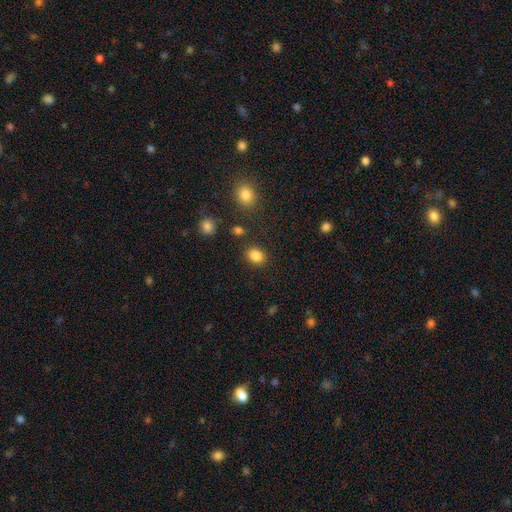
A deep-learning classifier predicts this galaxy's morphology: A smooth galaxy with no disk features (86%) that is in between round and cigar-shaped (58%). Merging: none (85%).